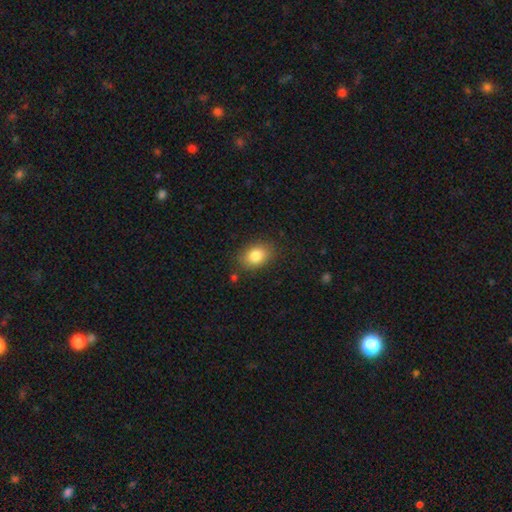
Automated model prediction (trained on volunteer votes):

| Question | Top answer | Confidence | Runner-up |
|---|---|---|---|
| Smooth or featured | smooth | 84% | star or artifact (9%) |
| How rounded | in between | 77% | round (22%) |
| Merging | none | 83% | minor disturbance (12%) |